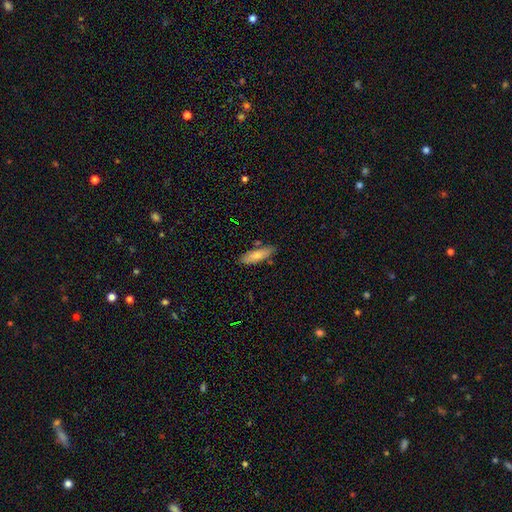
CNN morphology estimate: Smooth or featured? smooth (74%)
How rounded? in between (50%)
Merging? none (80%)